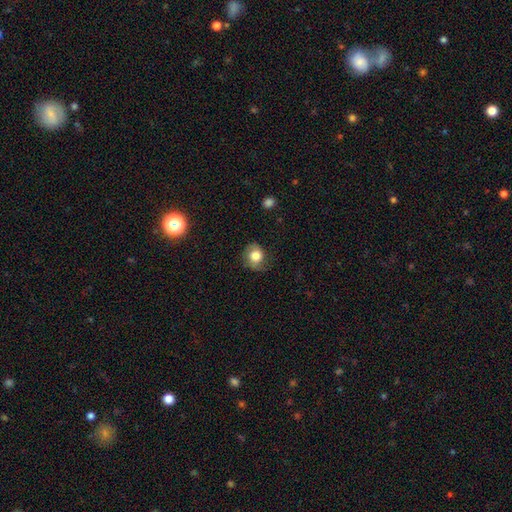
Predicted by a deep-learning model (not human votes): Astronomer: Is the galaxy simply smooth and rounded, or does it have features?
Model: smooth — 68%.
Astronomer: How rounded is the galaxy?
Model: round — 70%.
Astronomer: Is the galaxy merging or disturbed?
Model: none — 63%.